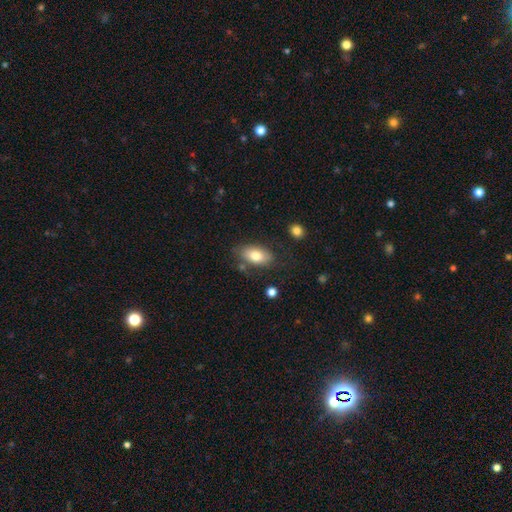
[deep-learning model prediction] smooth_or_featured: smooth (p=0.77) [alt: featured or disk p=0.16]
how_rounded: in between (p=0.92) [alt: round p=0.06]
merging: none (p=0.73) [alt: minor disturbance p=0.17]